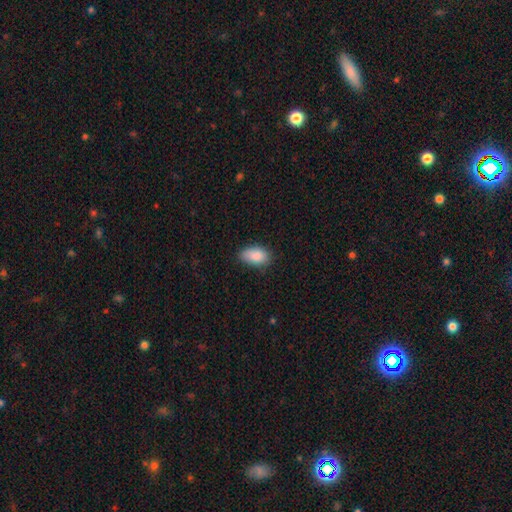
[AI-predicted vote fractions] Q: Smooth or featured?
A: smooth (88%); runner-up: star or artifact (7%)
Q: How rounded?
A: in between (92%); runner-up: round (6%)
Q: Merging?
A: none (72%); runner-up: minor disturbance (23%)